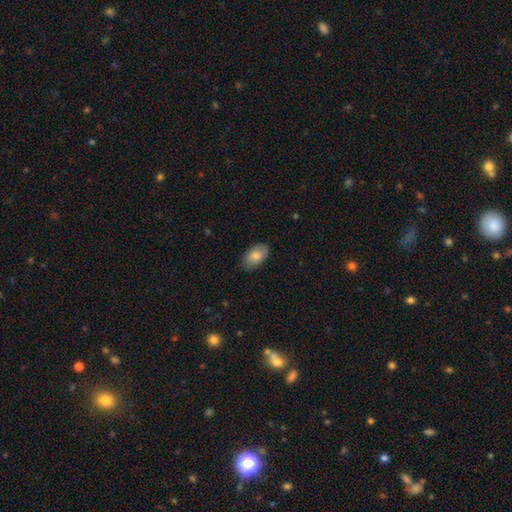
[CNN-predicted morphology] This is clearly a smooth galaxy (81%). How rounded: clearly in between (94%). Merging: clearly none (85%).